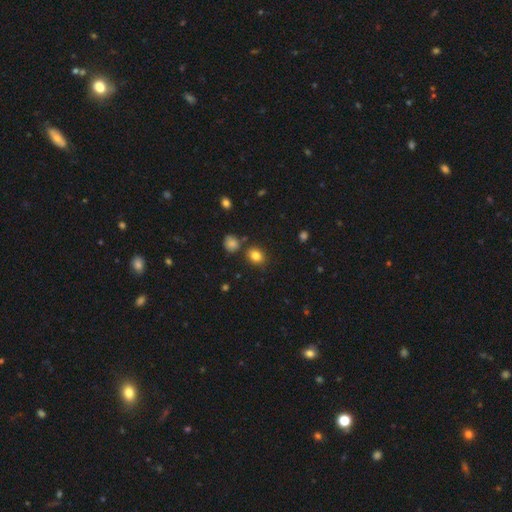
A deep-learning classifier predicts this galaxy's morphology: Smooth or featured?
  - smooth: 83% *
  - star or artifact: 11%
  - featured or disk: 6%
How rounded?
  - in between: 50% *
  - round: 49%
  - cigar-shaped: 1%
Merging?
  - none: 81% *
  - minor disturbance: 11%
  - merger: 6%
  - major disturbance: 3%